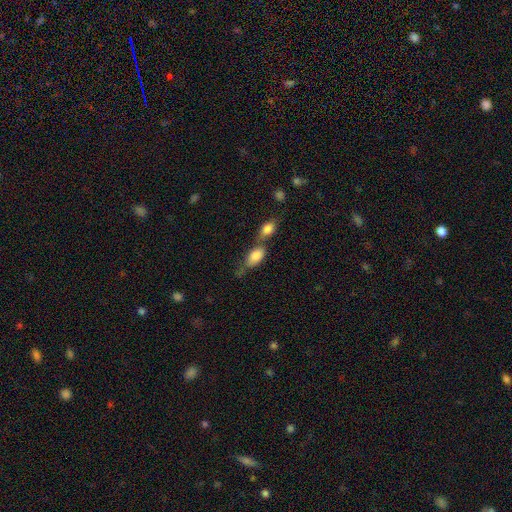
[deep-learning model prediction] Morphology: type=smooth (79%); roundness=in between (86%); merging=merger (57%).